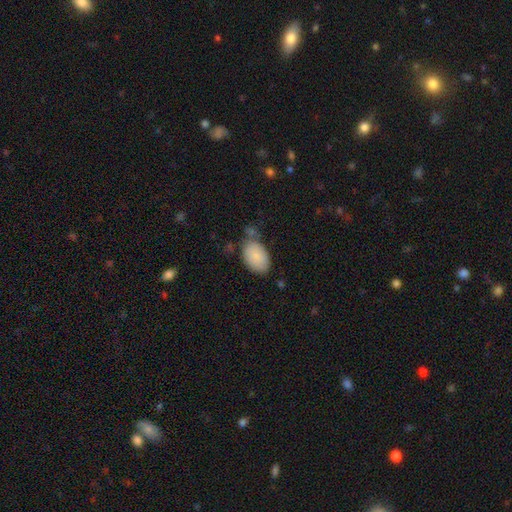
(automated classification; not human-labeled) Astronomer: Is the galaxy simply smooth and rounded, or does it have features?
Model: smooth — 87%.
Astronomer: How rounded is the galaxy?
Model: in between — 93%.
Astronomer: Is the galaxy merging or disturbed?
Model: none — 60%.